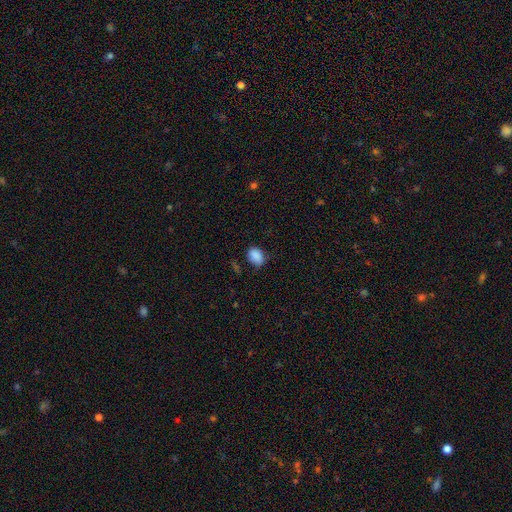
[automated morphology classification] type=smooth (87%); roundness=in between (74%); merging=none (64%).